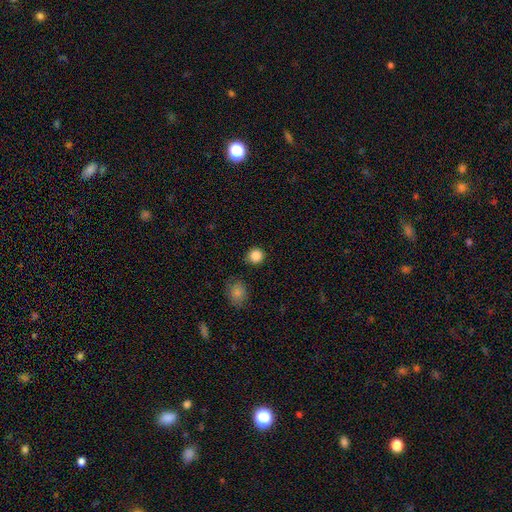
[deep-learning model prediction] Q: Smooth or featured?
A: smooth (86%); runner-up: star or artifact (11%)
Q: How rounded?
A: round (92%); runner-up: in between (7%)
Q: Merging?
A: none (88%); runner-up: minor disturbance (7%)